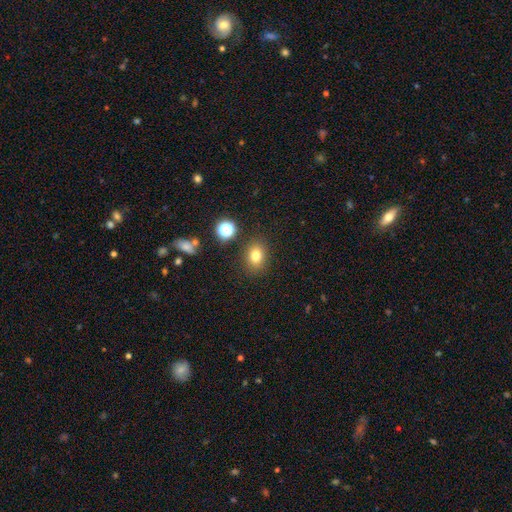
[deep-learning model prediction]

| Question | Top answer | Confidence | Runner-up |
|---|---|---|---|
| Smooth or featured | smooth | 78% | star or artifact (14%) |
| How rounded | in between | 55% | round (44%) |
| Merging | none | 84% | minor disturbance (9%) |